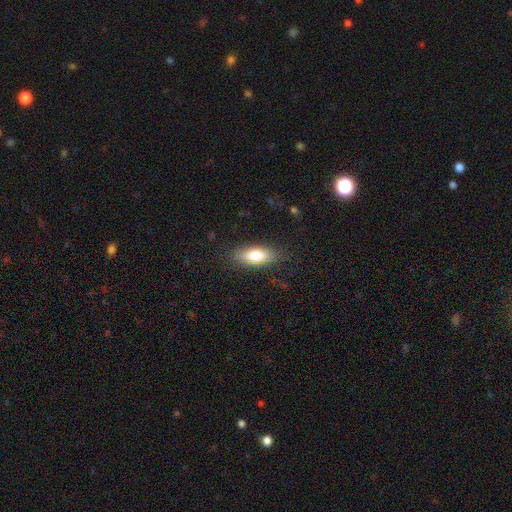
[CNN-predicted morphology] smooth_or_featured: smooth (p=0.76) [alt: featured or disk p=0.17]
how_rounded: in between (p=0.77) [alt: cigar-shaped p=0.20]
merging: none (p=0.84) [alt: minor disturbance p=0.12]